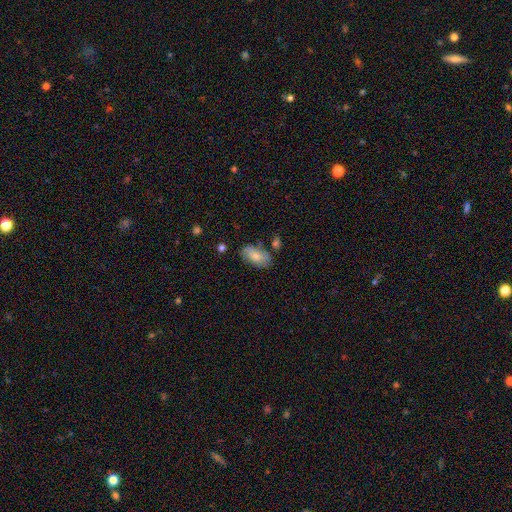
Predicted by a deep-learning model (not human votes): The model was most divided on "merging": none: 64%, minor disturbance: 22%, merger: 8%, major disturbance: 6%. More confident: how rounded — in between (93%); smooth or featured — smooth (73%).